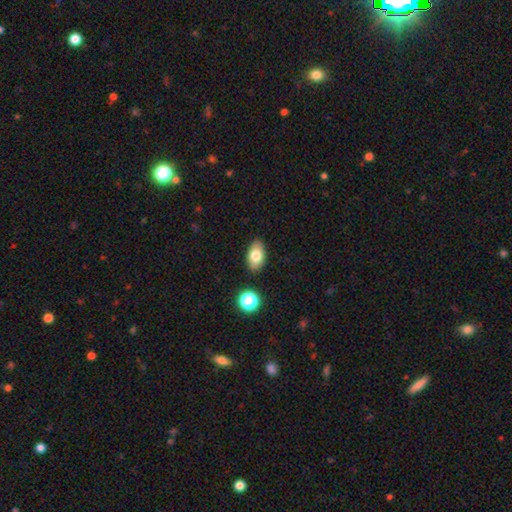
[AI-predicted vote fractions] This appears to be a smooth galaxy with no disk features (77%) that is in between round and cigar-shaped (90%). Merging: none (86%).